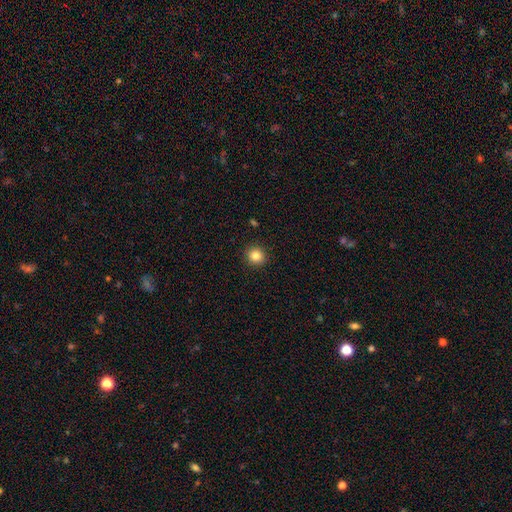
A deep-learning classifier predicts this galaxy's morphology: The model was most divided on "smooth or featured": smooth: 84%, star or artifact: 11%, featured or disk: 5%. More confident: merging — none (92%); how rounded — round (91%).